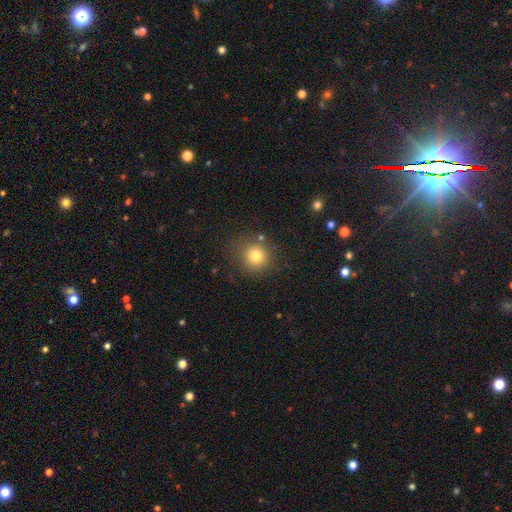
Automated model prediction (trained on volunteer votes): smooth-or-featured: smooth: 79% | star or artifact: 14% | featured or disk: 8%
  how-rounded: round: 92% | in between: 7% | cigar-shaped: 1%
  merging: none: 83% | minor disturbance: 9% | major disturbance: 4% | merger: 3%